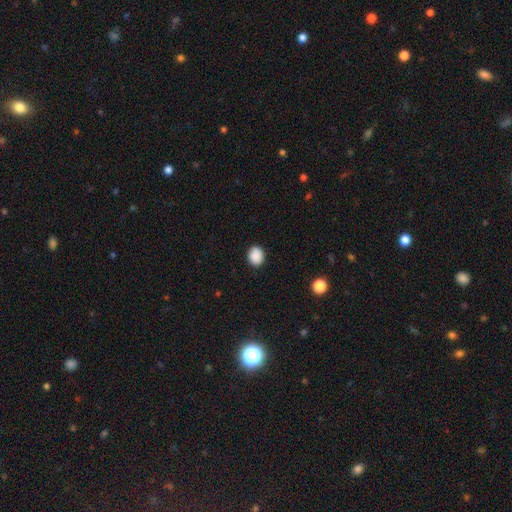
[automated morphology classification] Smooth or featured: smooth — 89% (star or artifact — 8%)
How rounded: round — 64% (in between — 35%)
Merging: none — 88% (minor disturbance — 9%)